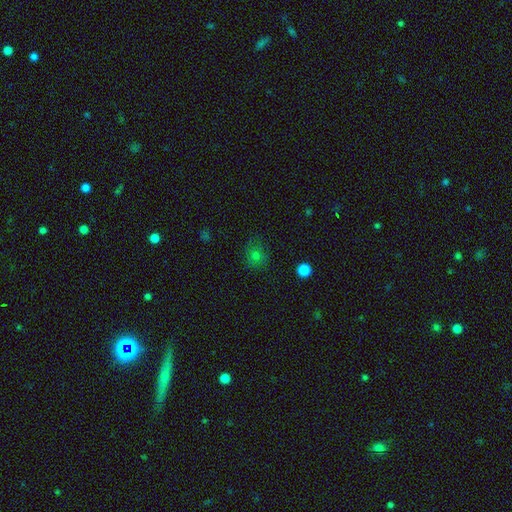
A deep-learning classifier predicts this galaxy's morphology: This appears to be a smooth galaxy with no disk features (65%) that is round (77%). Merging: none (77%).